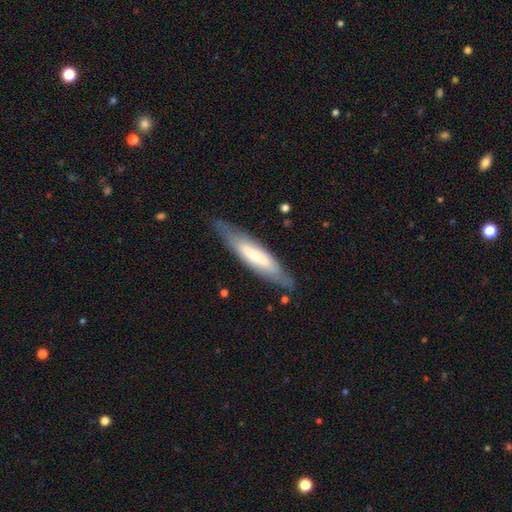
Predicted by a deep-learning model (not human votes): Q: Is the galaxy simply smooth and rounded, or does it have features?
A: featured or disk — 48%.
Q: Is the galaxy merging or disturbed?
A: none — 77%.